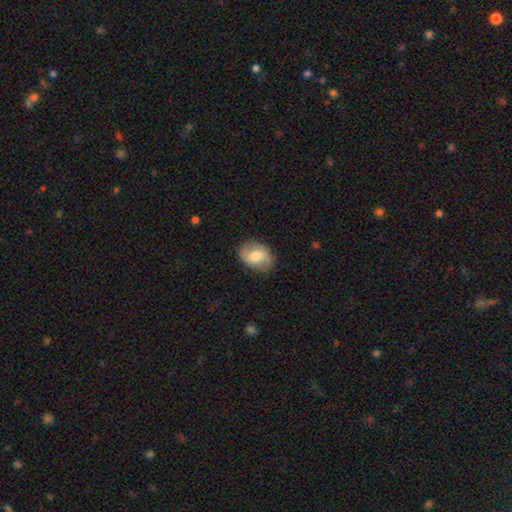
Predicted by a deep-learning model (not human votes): A featured or disk galaxy (53%) with a weak bar (45%), spiral arms (81%) and a moderate central bulge (57%). Merging: none (80%).